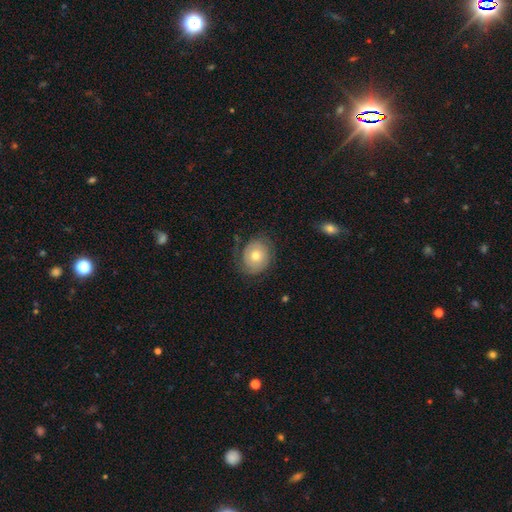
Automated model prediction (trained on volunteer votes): Smooth or featured? featured or disk (48%)
Merging? none (70%)